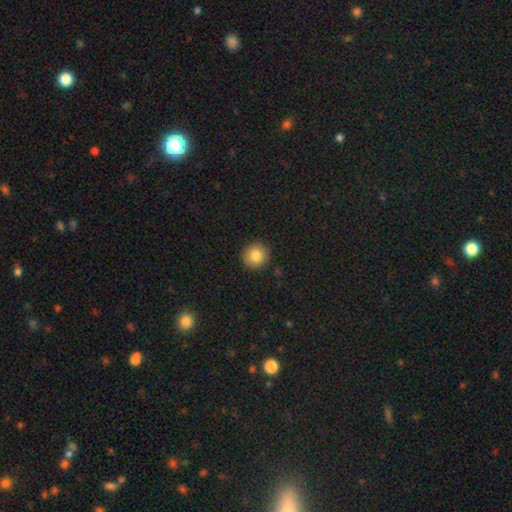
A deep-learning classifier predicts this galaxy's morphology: Smooth or featured: smooth — 82% (star or artifact — 9%)
How rounded: round — 93% (in between — 6%)
Merging: none — 92% (minor disturbance — 6%)